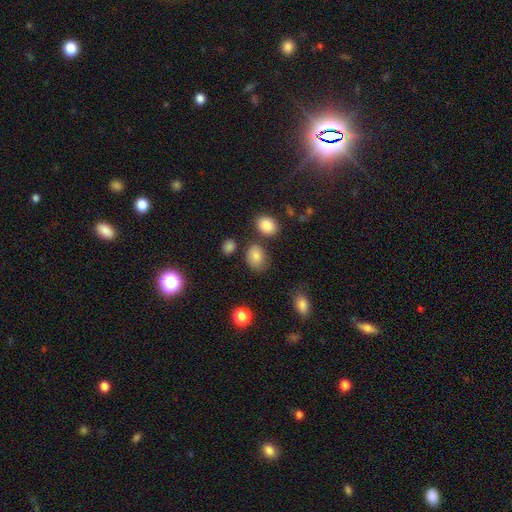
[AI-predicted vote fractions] Smooth or featured? Predicted: smooth (p=0.82). How rounded? Predicted: in between (p=0.69). Merging? Predicted: none (p=0.70).